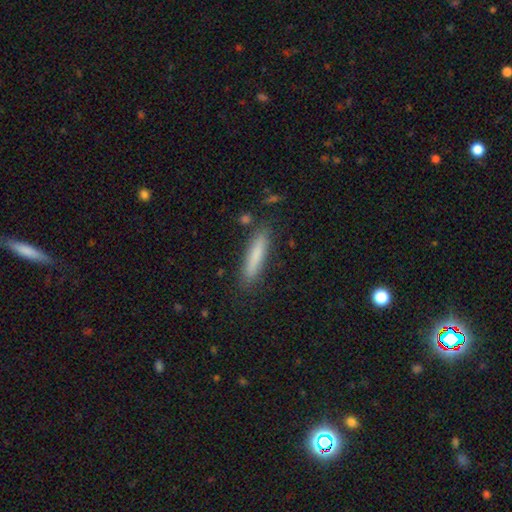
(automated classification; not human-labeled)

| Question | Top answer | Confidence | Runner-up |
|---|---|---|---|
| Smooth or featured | smooth | 79% | featured or disk (14%) |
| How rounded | cigar-shaped | 88% | in between (11%) |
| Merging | none | 85% | minor disturbance (10%) |